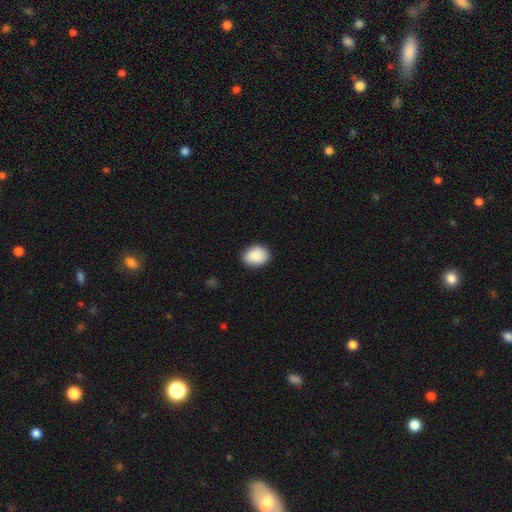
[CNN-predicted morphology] Overall: smooth (88%). How rounded: in between (58%; round 41%). Merging: none (86%).